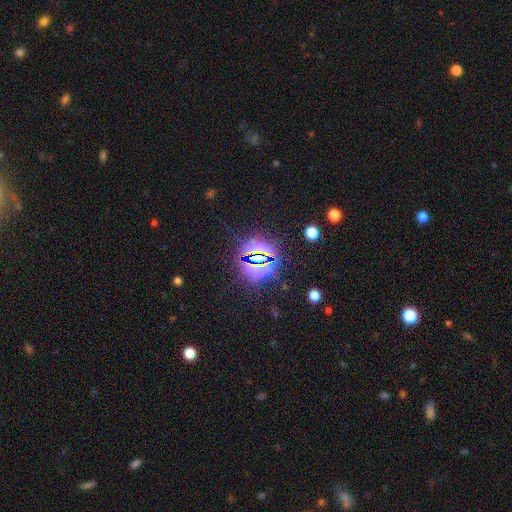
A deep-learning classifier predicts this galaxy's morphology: smooth-or-featured: star or artifact: 81% | smooth: 11% | featured or disk: 9%